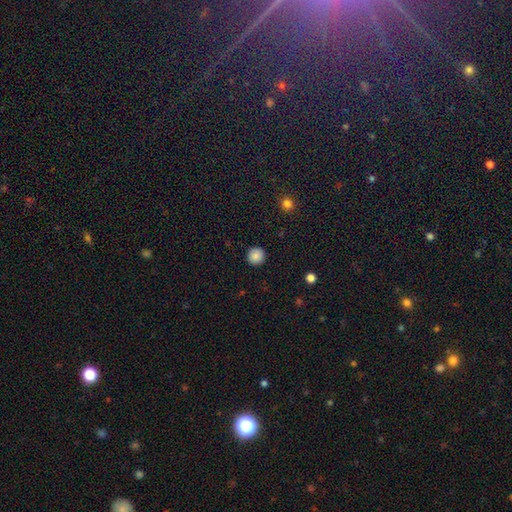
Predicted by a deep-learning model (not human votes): smooth_or_featured: smooth (p=0.87) [alt: star or artifact p=0.09]
how_rounded: round (p=0.95) [alt: in between p=0.04]
merging: none (p=0.92) [alt: minor disturbance p=0.05]